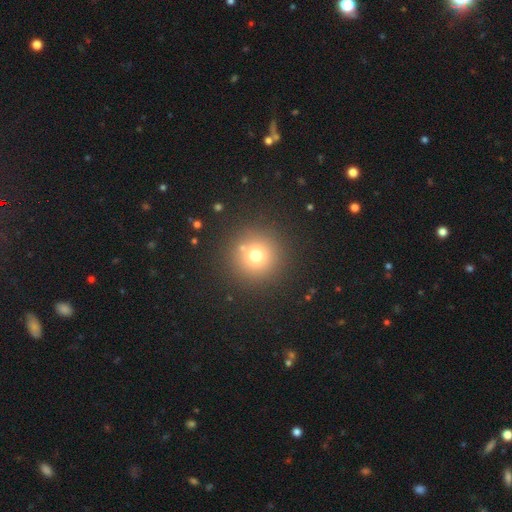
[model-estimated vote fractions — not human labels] Overall: smooth (72%). How rounded: round (96%). Merging: none (87%).